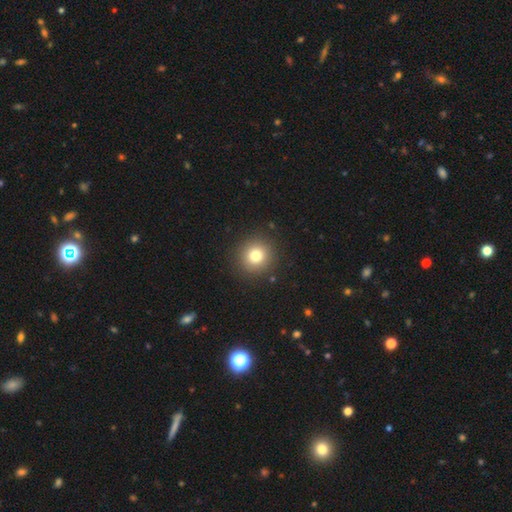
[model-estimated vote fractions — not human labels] Overall: smooth (78%). How rounded: round (93%). Merging: none (90%).